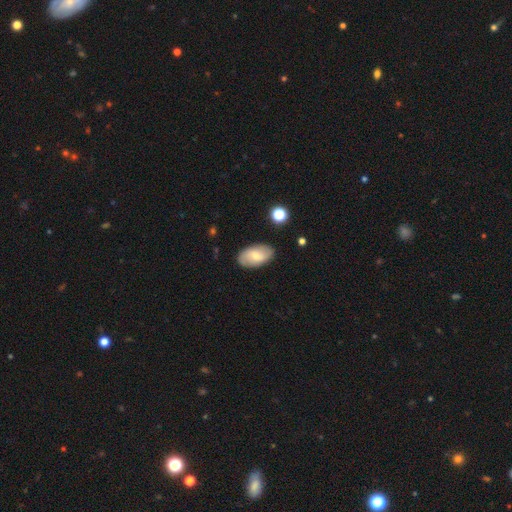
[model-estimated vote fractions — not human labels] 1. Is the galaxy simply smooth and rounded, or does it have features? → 57% smooth, 36% featured or disk, 7% star or artifact.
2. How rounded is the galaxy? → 94% in between, 4% round, 2% cigar-shaped.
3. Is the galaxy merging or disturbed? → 84% none, 11% minor disturbance, 3% major disturbance, 2% merger.